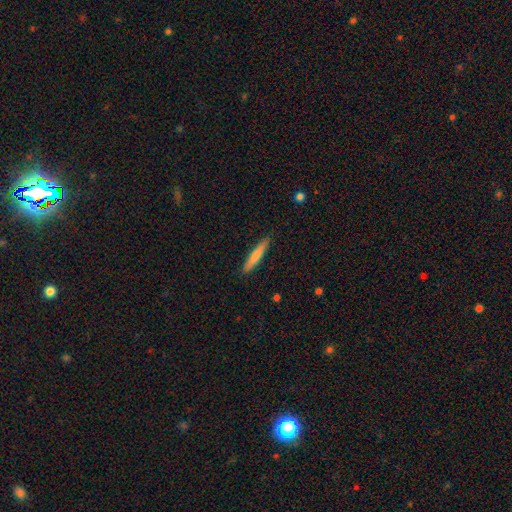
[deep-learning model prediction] Smooth or featured?
  - smooth: 76% *
  - featured or disk: 19%
  - star or artifact: 5%
How rounded?
  - cigar-shaped: 93% *
  - in between: 6%
  - round: 1%
Merging?
  - none: 90% *
  - minor disturbance: 8%
  - major disturbance: 2%
  - merger: 1%